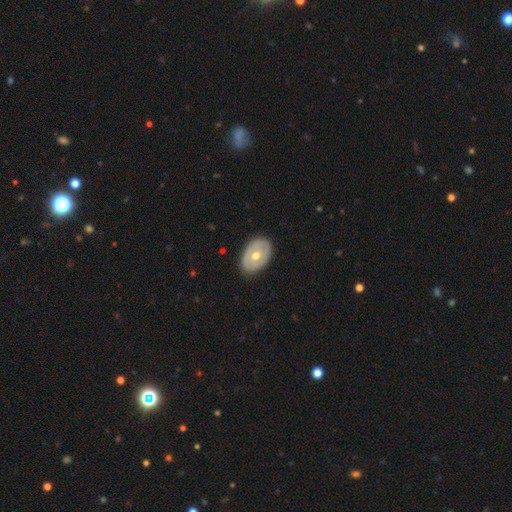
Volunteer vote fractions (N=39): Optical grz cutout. It shows a featured or disk galaxy (67%) with no bar (92%), no spiral arms (79%) and a moderate central bulge (79%). Merging: none (90%).